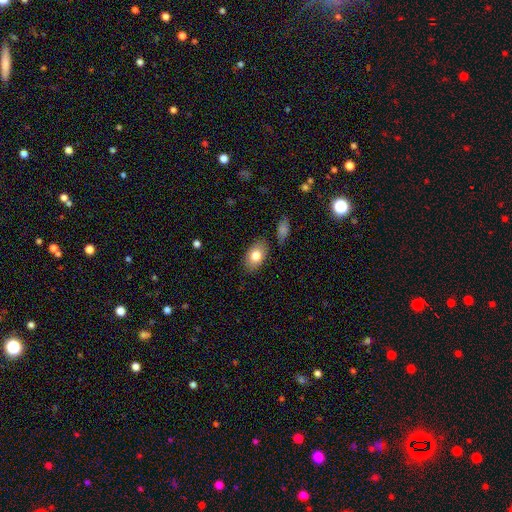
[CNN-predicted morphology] smooth_or_featured: smooth (p=0.79) [alt: featured or disk p=0.14]
how_rounded: in between (p=0.86) [alt: round p=0.12]
merging: none (p=0.82) [alt: minor disturbance p=0.12]